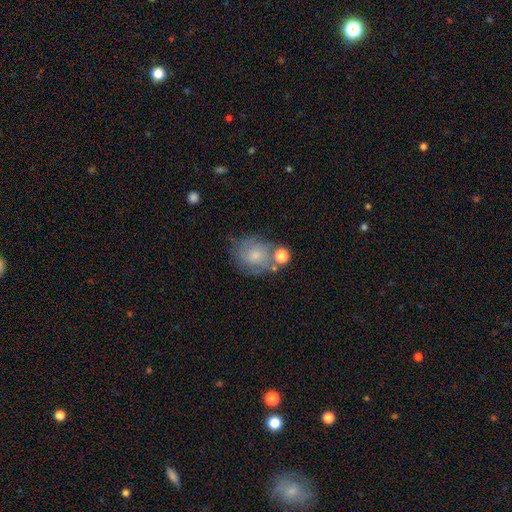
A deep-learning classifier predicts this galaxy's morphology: A featured or disk galaxy (45%).

Vote fractions:
- Smooth or featured? featured or disk: 45% / smooth: 42% / star or artifact: 13%
- Merging? none: 57% / minor disturbance: 21% / merger: 11% / major disturbance: 11%